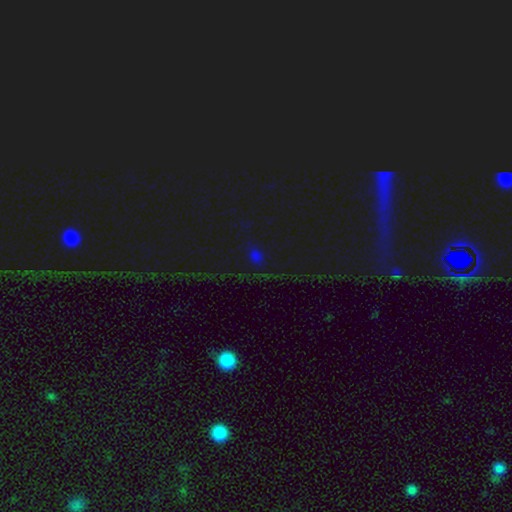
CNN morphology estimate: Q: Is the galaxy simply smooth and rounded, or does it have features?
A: star or artifact — 64%.